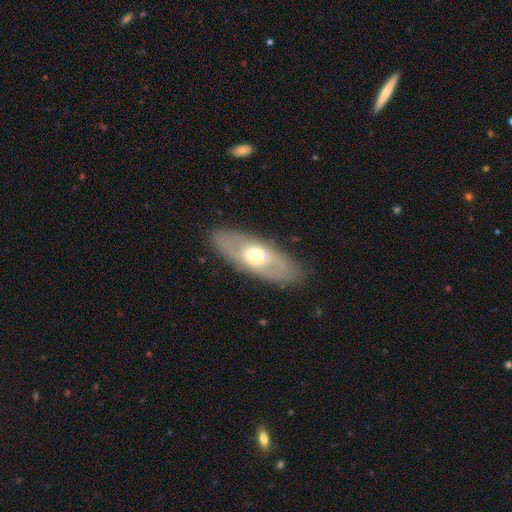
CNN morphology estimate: Smooth or featured?
  - featured or disk: 51% *
  - smooth: 43%
  - star or artifact: 6%
Edge-on disk?
  - no: 76% *
  - yes: 24%
Merging?
  - none: 85% *
  - minor disturbance: 10%
  - major disturbance: 4%
  - merger: 1%